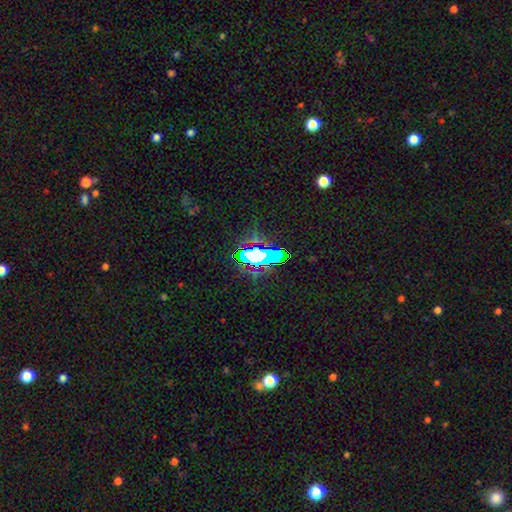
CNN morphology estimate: Overall: star or artifact (57%; smooth 26%).